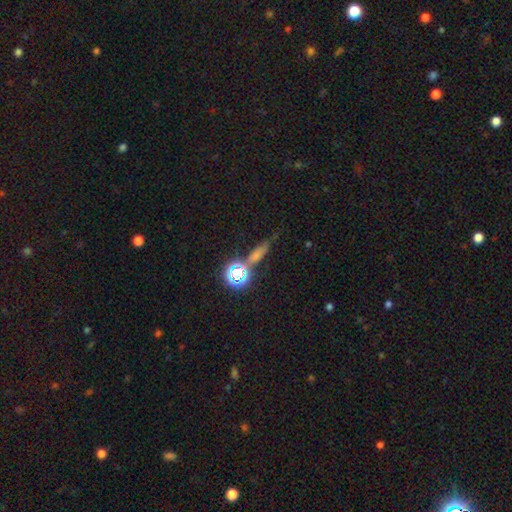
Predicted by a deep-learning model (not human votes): Smooth or featured? Predicted: star or artifact (p=0.43).